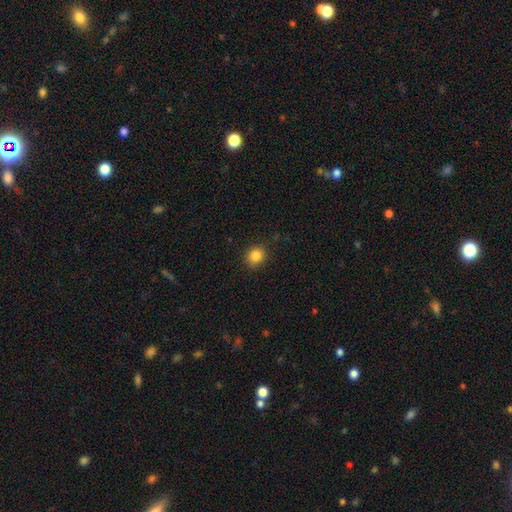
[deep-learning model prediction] Smooth or featured? smooth (84%)
How rounded? round (79%)
Merging? none (87%)